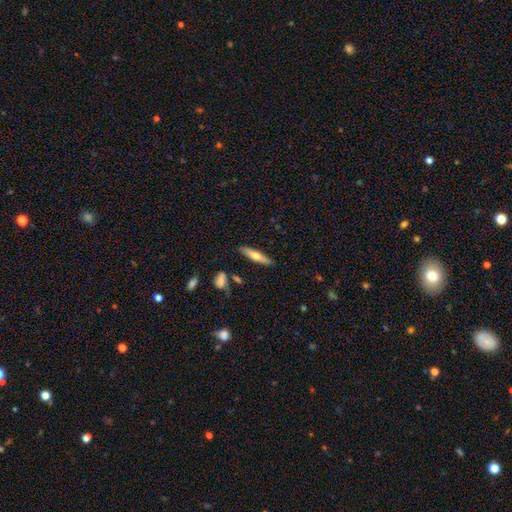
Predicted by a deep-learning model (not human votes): Smooth or featured: smooth — 55% (featured or disk — 39%)
How rounded: cigar-shaped — 79% (in between — 19%)
Merging: none — 86% (minor disturbance — 10%)